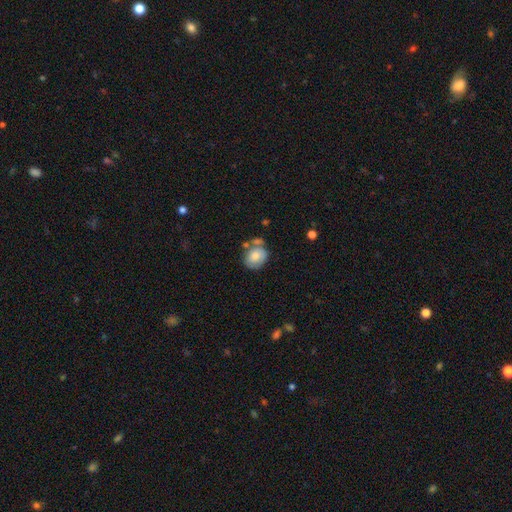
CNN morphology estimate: The model was most divided on "how rounded": round: 50%, in between: 49%, cigar-shaped: 1%. More confident: smooth or featured — smooth (75%); merging — none (50%).